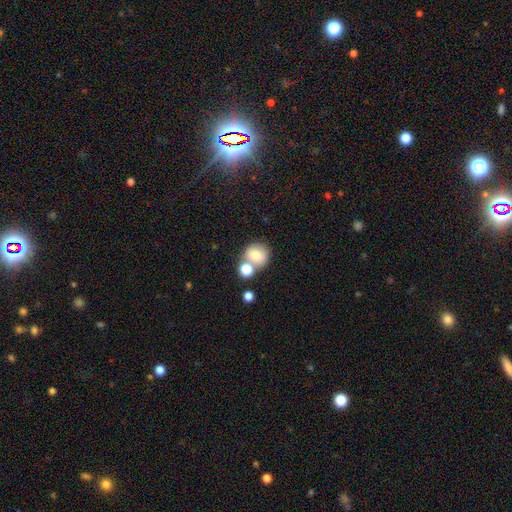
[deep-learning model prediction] smooth-or-featured: smooth: 76% | featured or disk: 13% | star or artifact: 11%
  how-rounded: round: 78% | in between: 21% | cigar-shaped: 1%
  merging: none: 52% | merger: 34% | minor disturbance: 10% | major disturbance: 4%